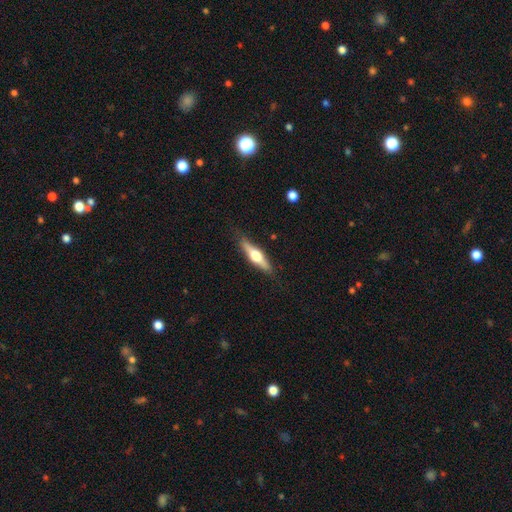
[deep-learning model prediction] This appears to be a featured or disk galaxy (62%) viewed edge-on (96%) with a rounded central bulge (95%). Merging: none (84%).